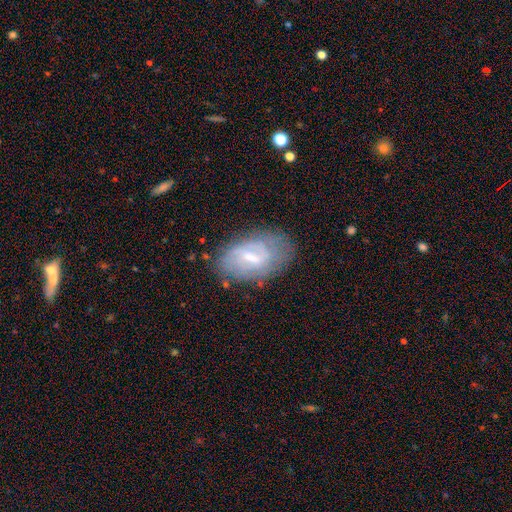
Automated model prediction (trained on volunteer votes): A featured or disk galaxy (59%) with a weak bar (53%), spiral arms (66%) and a small central bulge (50%). Merging: none (73%).